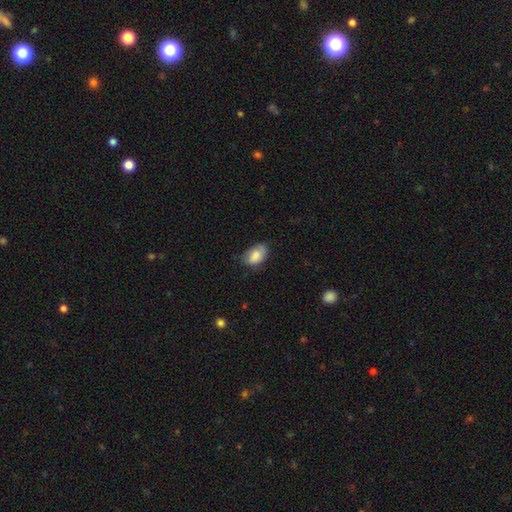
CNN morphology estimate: Smooth or featured?
  - smooth: 84% *
  - featured or disk: 9%
  - star or artifact: 7%
How rounded?
  - in between: 89% *
  - round: 9%
  - cigar-shaped: 1%
Merging?
  - none: 65% *
  - minor disturbance: 28%
  - major disturbance: 6%
  - merger: 1%